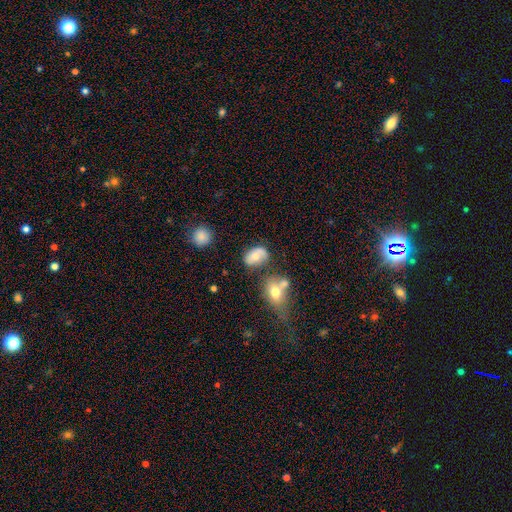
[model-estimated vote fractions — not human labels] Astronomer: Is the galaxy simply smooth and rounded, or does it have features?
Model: smooth — 61%.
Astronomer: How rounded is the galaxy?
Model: in between — 78%.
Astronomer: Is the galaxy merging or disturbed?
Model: none — 52%.